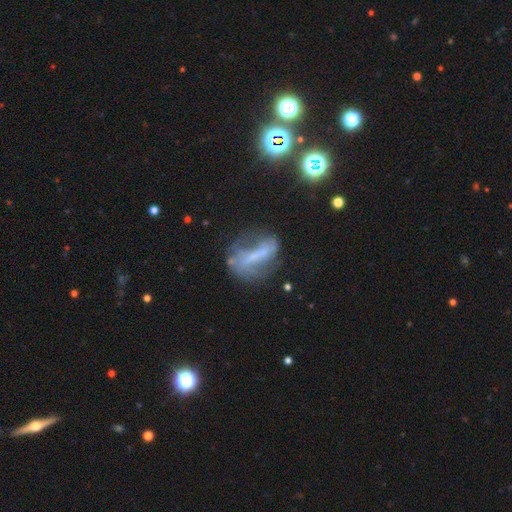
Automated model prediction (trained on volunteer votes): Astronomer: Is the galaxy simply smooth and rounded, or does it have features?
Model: featured or disk — 54%.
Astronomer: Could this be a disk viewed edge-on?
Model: no — 85%.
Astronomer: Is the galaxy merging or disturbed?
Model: none — 43% (runner-up: major disturbance, 27%).